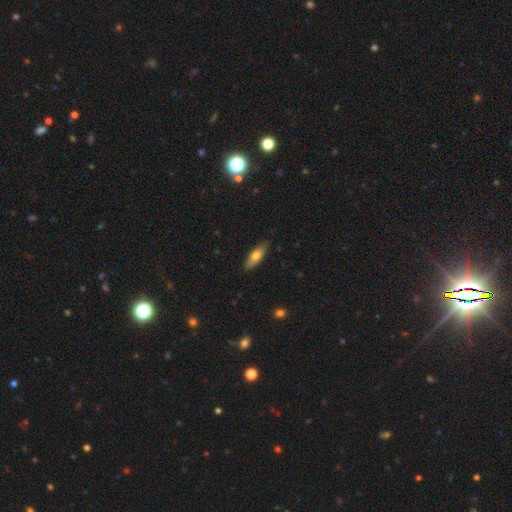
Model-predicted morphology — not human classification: This is likely a smooth galaxy (63%). How rounded: possibly in between (51%). Merging: clearly none (86%).